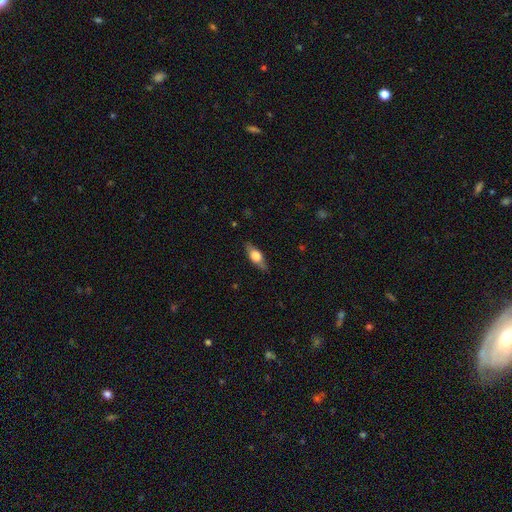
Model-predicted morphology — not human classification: The model was most divided on "smooth or featured": smooth: 54%, featured or disk: 40%, star or artifact: 6%. More confident: merging — none (85%); how rounded — in between (64%).